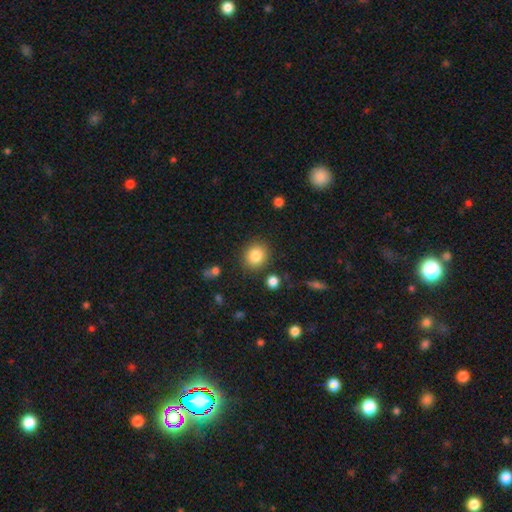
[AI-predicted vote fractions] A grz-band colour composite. It shows a smooth galaxy with no disk features (84%) that is round (80%). Merging: none (86%).